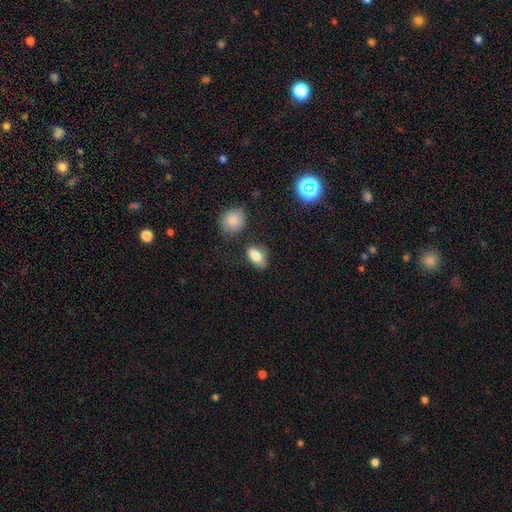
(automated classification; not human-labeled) Q: Smooth or featured?
A: smooth (83%); runner-up: featured or disk (8%)
Q: How rounded?
A: in between (87%); runner-up: round (9%)
Q: Merging?
A: none (64%); runner-up: minor disturbance (23%)